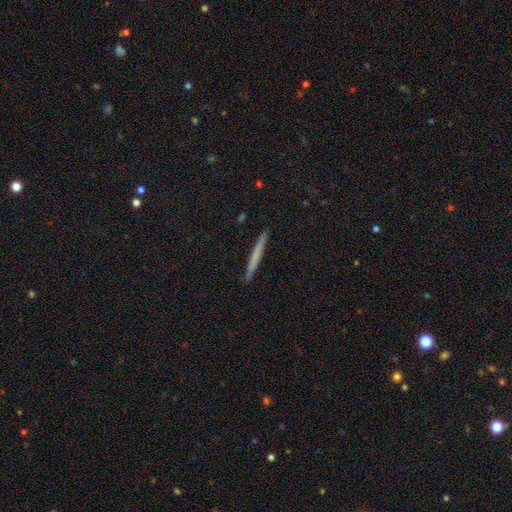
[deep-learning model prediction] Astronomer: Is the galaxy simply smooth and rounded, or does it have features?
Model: smooth — 59% (runner-up: featured or disk, 35%).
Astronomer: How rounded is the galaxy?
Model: cigar-shaped — 97%.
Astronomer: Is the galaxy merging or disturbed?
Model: none — 92%.